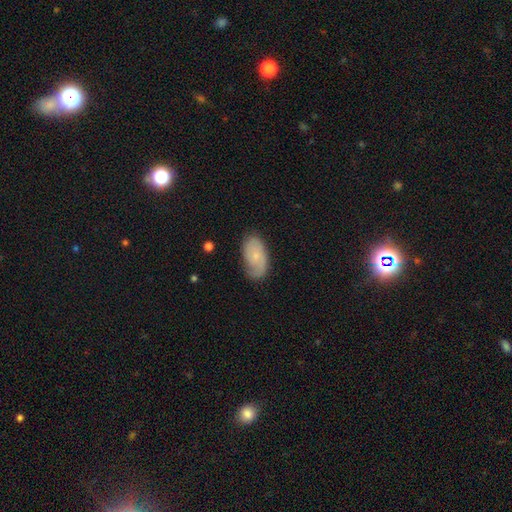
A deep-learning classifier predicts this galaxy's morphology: This is possibly a featured or disk galaxy (47%). Merging: likely none (64%).